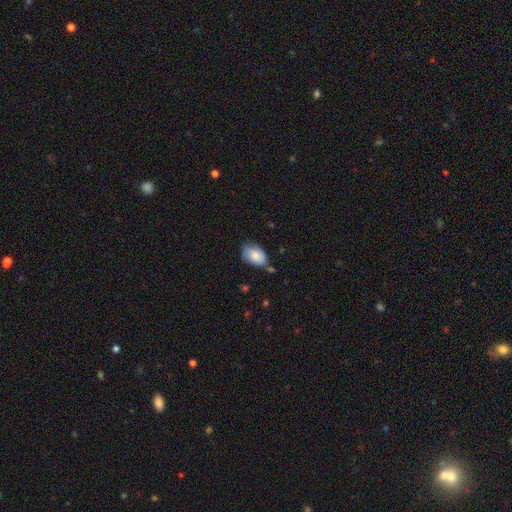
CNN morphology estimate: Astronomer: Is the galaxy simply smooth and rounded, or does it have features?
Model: smooth — 78%.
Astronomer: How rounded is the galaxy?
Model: in between — 89%.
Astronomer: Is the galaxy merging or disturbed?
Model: none — 56% (runner-up: minor disturbance, 32%).